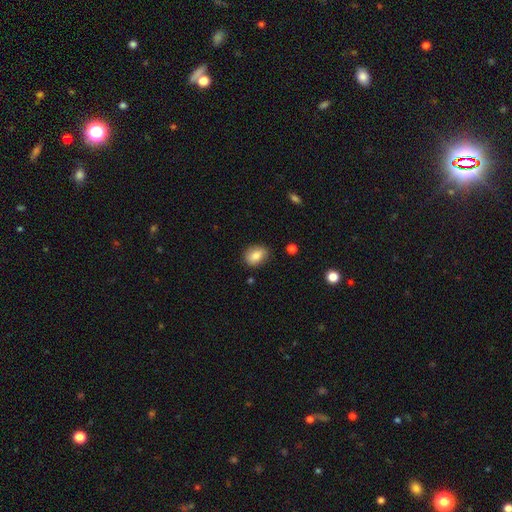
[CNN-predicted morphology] The model was most divided on "how rounded": in between: 68%, round: 31%, cigar-shaped: 1%. More confident: smooth or featured — smooth (81%); merging — none (78%).